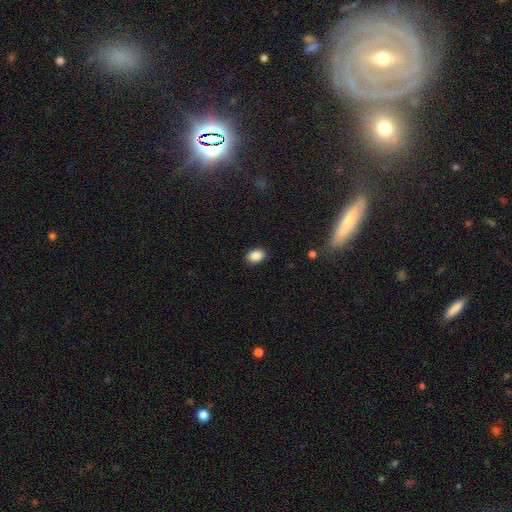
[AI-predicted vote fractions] A smooth galaxy with no disk features (88%) that is in between round and cigar-shaped (83%). Merging: none (88%).